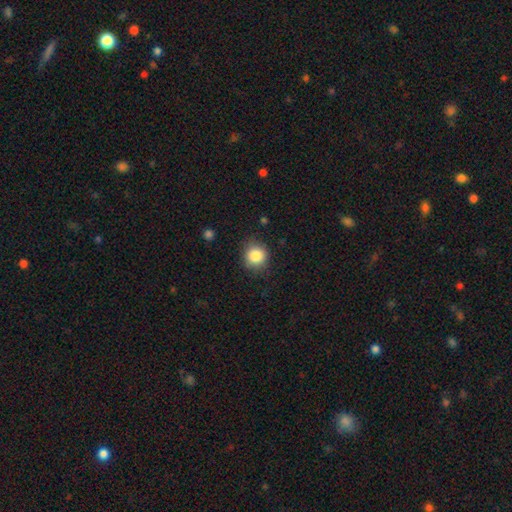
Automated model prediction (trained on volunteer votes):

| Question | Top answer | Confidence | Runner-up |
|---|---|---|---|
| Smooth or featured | smooth | 85% | star or artifact (10%) |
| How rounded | round | 88% | in between (11%) |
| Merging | none | 85% | minor disturbance (11%) |